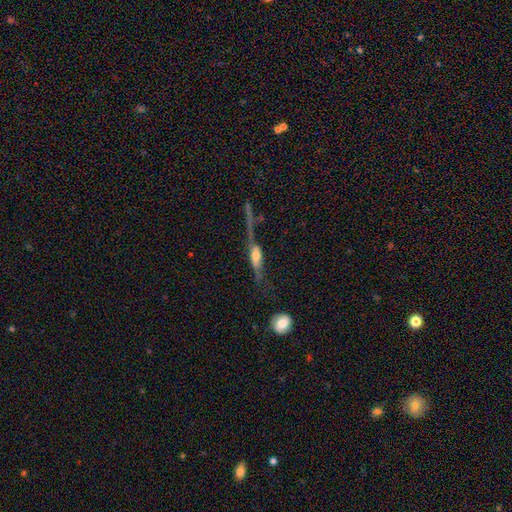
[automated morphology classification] smooth_or_featured: featured or disk (p=0.64) [alt: smooth p=0.27]
disk_edge_on: yes (p=0.81) [alt: no p=0.19]
edge_on_bulge: rounded (p=0.78) [alt: boxy p=0.16]
merging: none (p=0.42) [alt: major disturbance p=0.27]